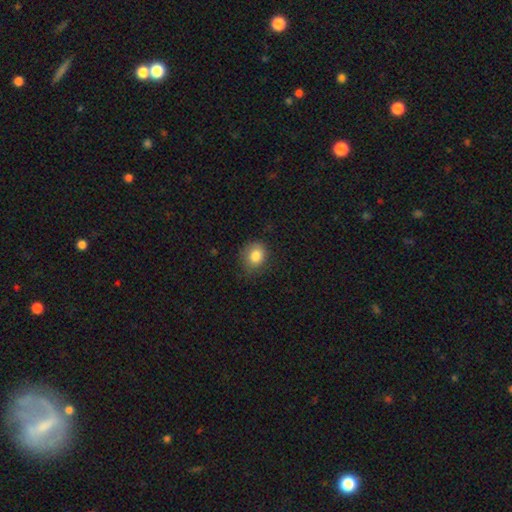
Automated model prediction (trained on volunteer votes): This is clearly a smooth galaxy (84%). How rounded: likely round (65%). Merging: likely none (68%).